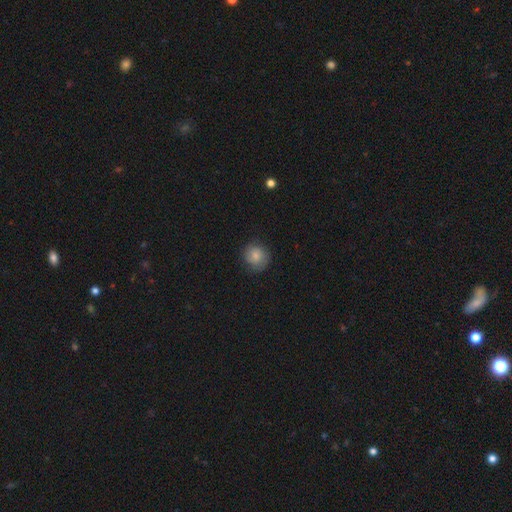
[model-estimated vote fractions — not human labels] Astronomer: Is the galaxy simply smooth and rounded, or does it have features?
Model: smooth — 75%.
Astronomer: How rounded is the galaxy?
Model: round — 87%.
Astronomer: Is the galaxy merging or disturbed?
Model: none — 78%.